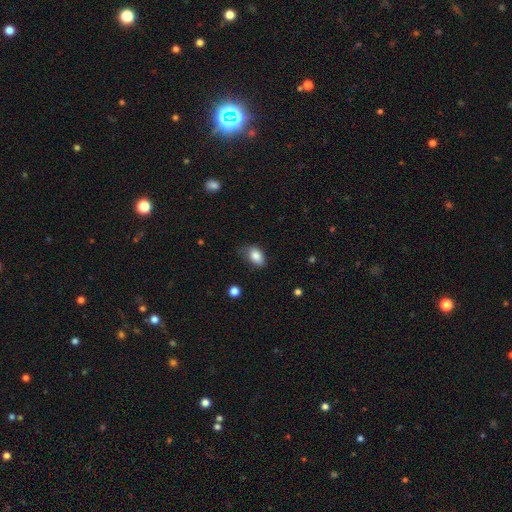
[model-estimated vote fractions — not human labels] Overall: smooth (84%). How rounded: in between (86%). Merging: none (55%; minor disturbance 34%).